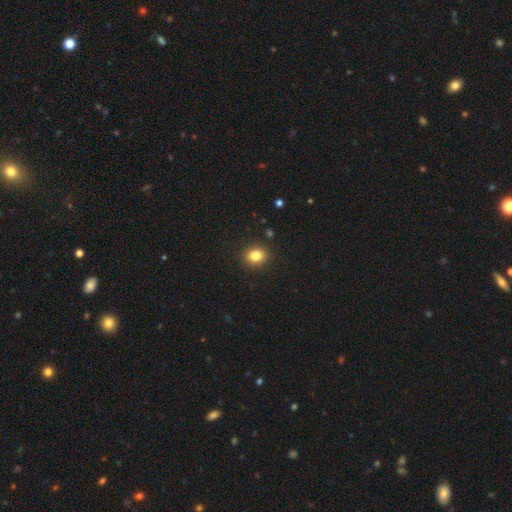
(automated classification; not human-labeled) smooth 83%, star or artifact 11%, featured or disk 6%. Down the decision tree: how rounded — round (57%); merging — none (90%).